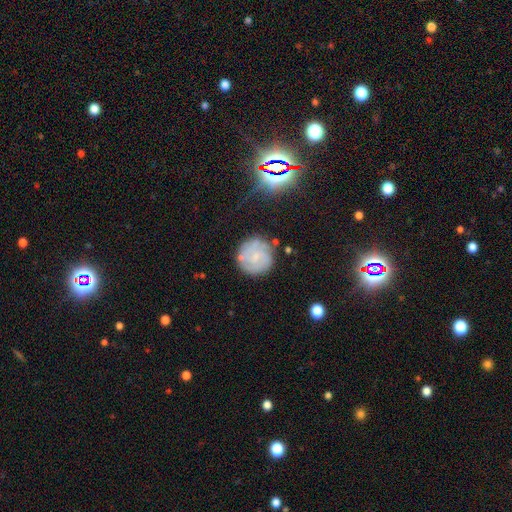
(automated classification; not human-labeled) Q: Smooth or featured?
A: featured or disk (55%); runner-up: smooth (36%)
Q: Edge-on disk?
A: no (98%); runner-up: yes (2%)
Q: Bar?
A: no (66%); runner-up: weak (29%)
Q: Spiral arms?
A: yes (78%); runner-up: no (22%)
Q: Bulge size?
A: small (60%); runner-up: none (19%)
Q: Merging?
A: none (75%); runner-up: minor disturbance (16%)